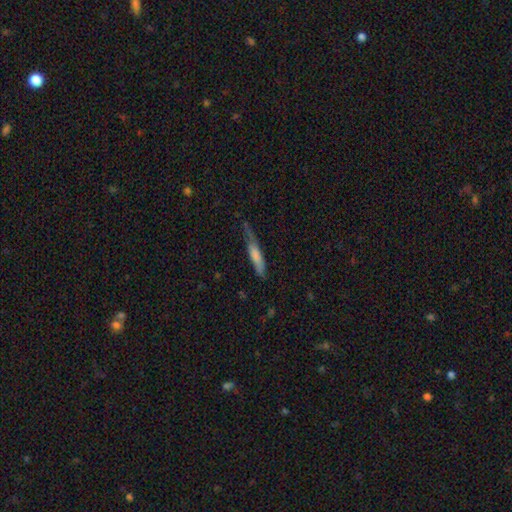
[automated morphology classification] Smooth or featured: smooth — 68% (featured or disk — 25%)
How rounded: cigar-shaped — 82% (in between — 16%)
Merging: none — 44% (minor disturbance — 38%)